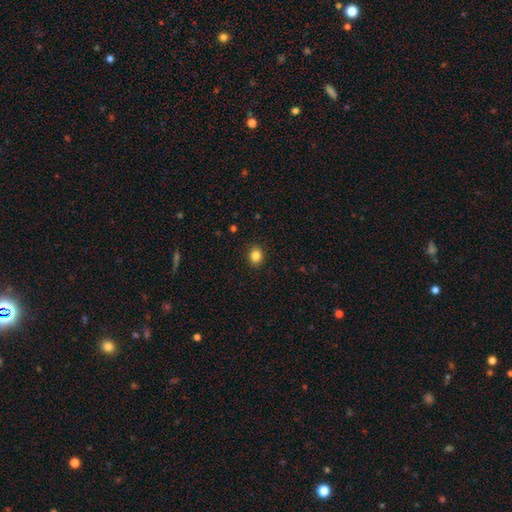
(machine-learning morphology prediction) A smooth galaxy with no disk features (85%) that is round (60%). Merging: none (91%).